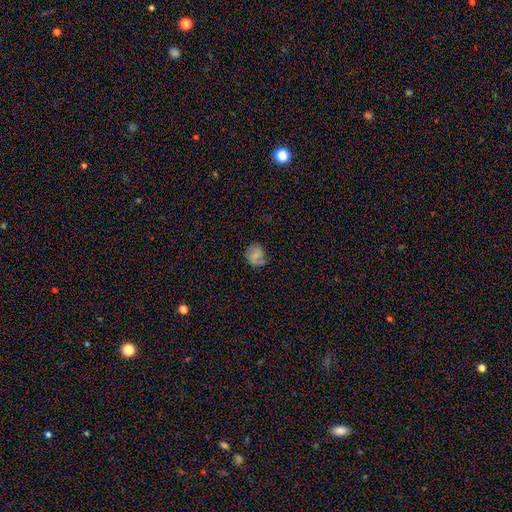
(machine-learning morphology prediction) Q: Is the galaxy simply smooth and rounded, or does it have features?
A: smooth — 66%.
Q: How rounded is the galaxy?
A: round — 70%.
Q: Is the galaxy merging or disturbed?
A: none — 66%.